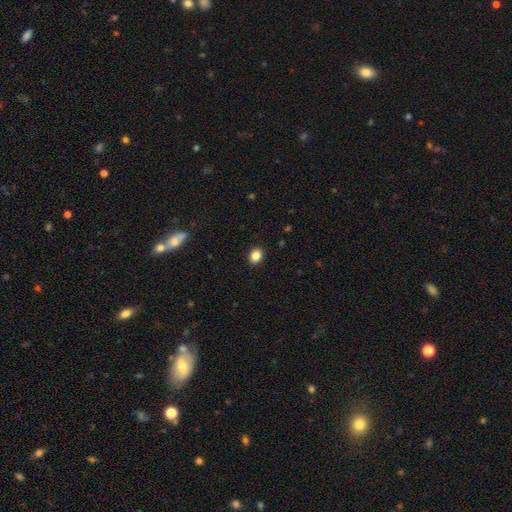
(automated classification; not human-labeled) A smooth galaxy with no disk features (86%) that is round (54%).

Vote fractions:
- Smooth or featured? smooth: 86% / star or artifact: 10% / featured or disk: 4%
- How rounded? round: 54% / in between: 46% / cigar-shaped: 1%
- Merging? none: 91% / minor disturbance: 6% / major disturbance: 2% / merger: 1%